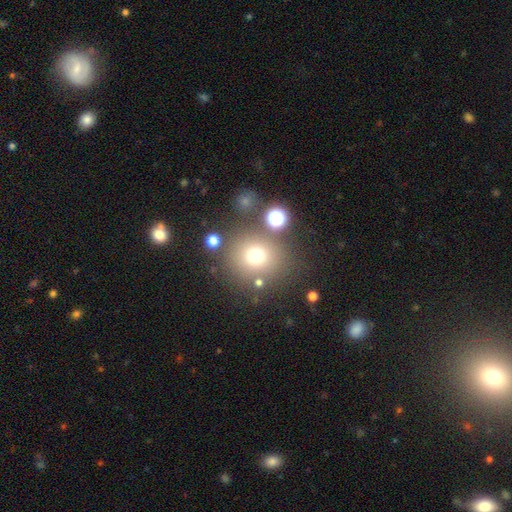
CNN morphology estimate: This appears to be a smooth galaxy with no disk features (71%) that is round (89%). Merging: none (76%).